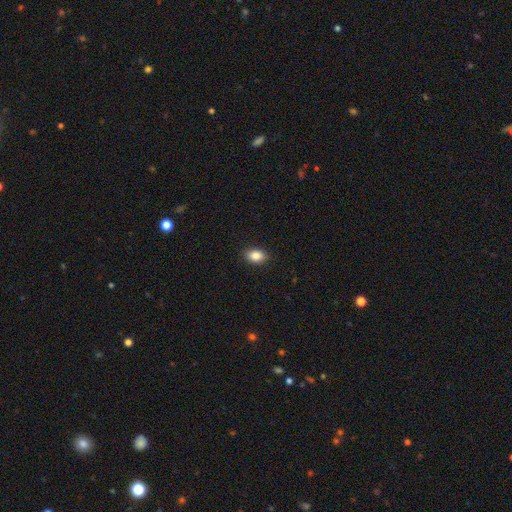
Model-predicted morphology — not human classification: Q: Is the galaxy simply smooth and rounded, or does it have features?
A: smooth — 86%.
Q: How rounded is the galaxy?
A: in between — 84%.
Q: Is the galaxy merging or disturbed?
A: none — 89%.